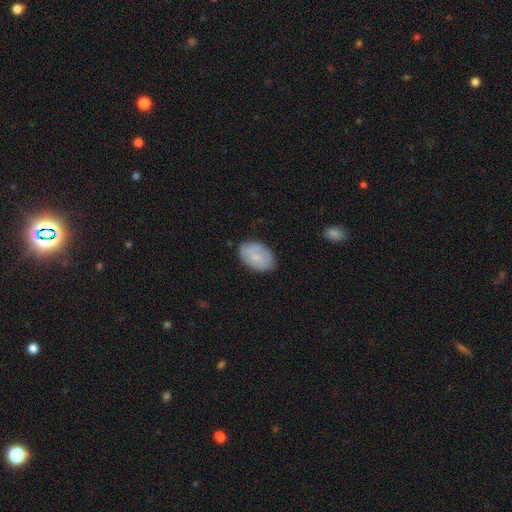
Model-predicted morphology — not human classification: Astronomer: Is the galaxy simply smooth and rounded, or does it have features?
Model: smooth — 60%.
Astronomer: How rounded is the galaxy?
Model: in between — 88%.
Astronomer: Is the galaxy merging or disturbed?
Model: none — 78%.